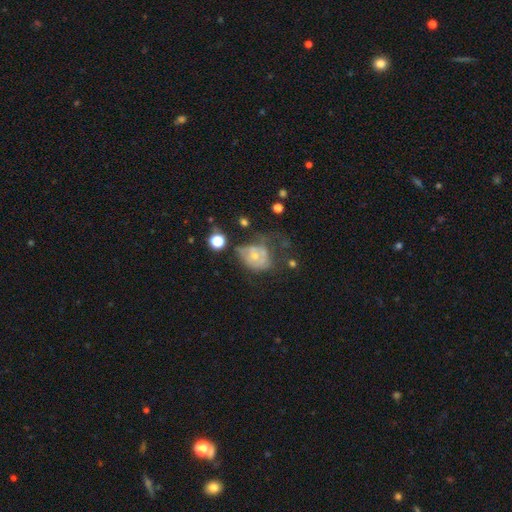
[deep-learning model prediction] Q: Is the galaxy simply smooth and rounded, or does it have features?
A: featured or disk — 54%.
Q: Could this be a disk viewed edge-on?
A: no — 96%.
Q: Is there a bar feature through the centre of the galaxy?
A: no — 85%.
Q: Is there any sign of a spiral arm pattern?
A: no — 59%.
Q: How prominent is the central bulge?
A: moderate — 49%.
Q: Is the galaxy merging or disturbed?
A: major disturbance — 38%.